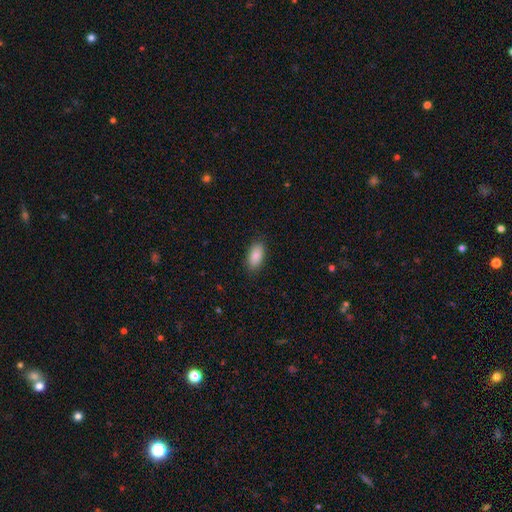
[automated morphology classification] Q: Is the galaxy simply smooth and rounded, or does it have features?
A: smooth — 87%.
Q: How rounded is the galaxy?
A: in between — 93%.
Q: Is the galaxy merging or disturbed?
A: none — 87%.